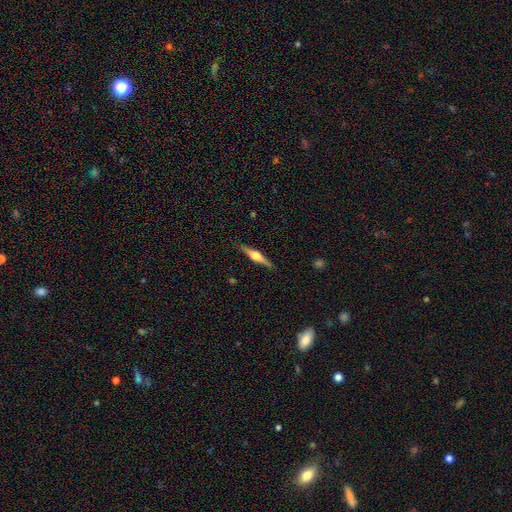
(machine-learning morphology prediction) smooth_or_featured: featured or disk (p=0.69) [alt: smooth p=0.25]
disk_edge_on: yes (p=0.98) [alt: no p=0.02]
edge_on_bulge: rounded (p=0.90) [alt: boxy p=0.07]
merging: none (p=0.89) [alt: minor disturbance p=0.09]